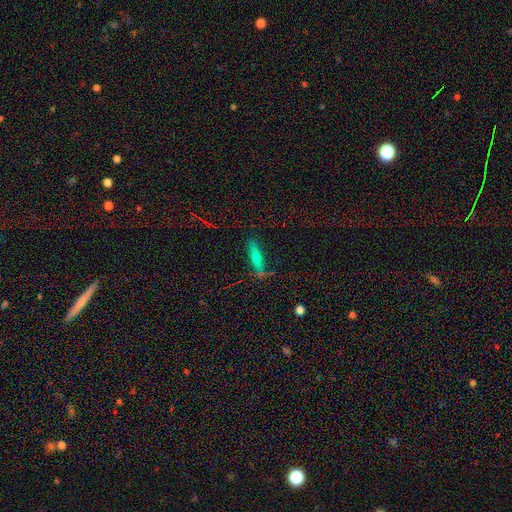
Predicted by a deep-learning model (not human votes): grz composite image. It shows a smooth galaxy with no disk features (61%) that is cigar-shaped (74%). Merging: none (69%).